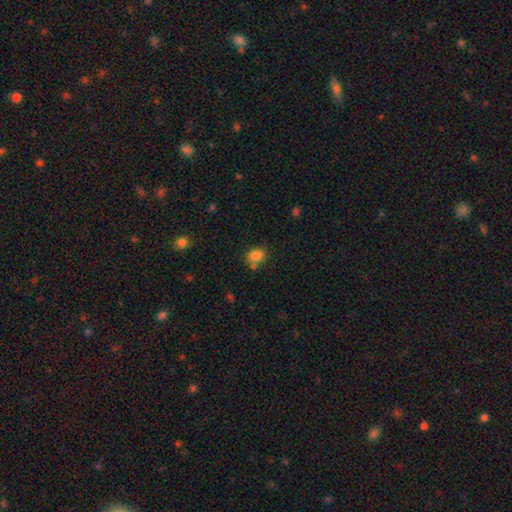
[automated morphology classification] Smooth or featured?
  - smooth: 82% *
  - star or artifact: 11%
  - featured or disk: 6%
How rounded?
  - in between: 59% *
  - round: 40%
  - cigar-shaped: 1%
Merging?
  - none: 63% *
  - minor disturbance: 16%
  - merger: 16%
  - major disturbance: 5%